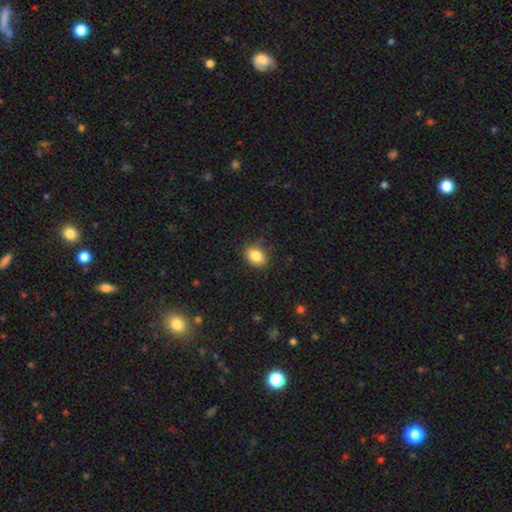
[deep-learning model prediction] Smooth or featured? smooth (84%)
How rounded? in between (64%)
Merging? none (80%)